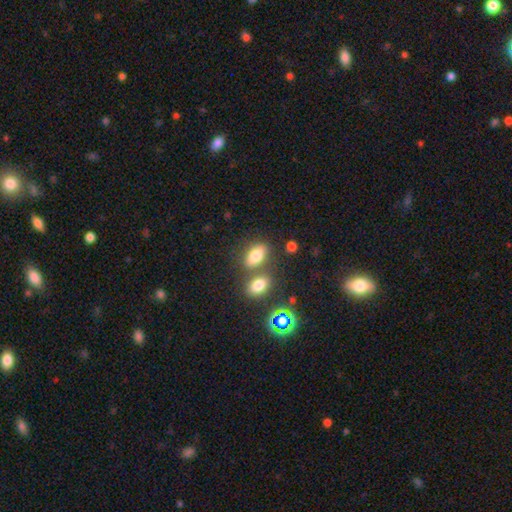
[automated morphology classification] A smooth galaxy with no disk features (76%) that is in between round and cigar-shaped (83%).

Vote fractions:
- Smooth or featured? smooth: 76% / star or artifact: 12% / featured or disk: 12%
- How rounded? in between: 83% / round: 12% / cigar-shaped: 5%
- Merging? none: 60% / merger: 24% / minor disturbance: 11% / major disturbance: 4%